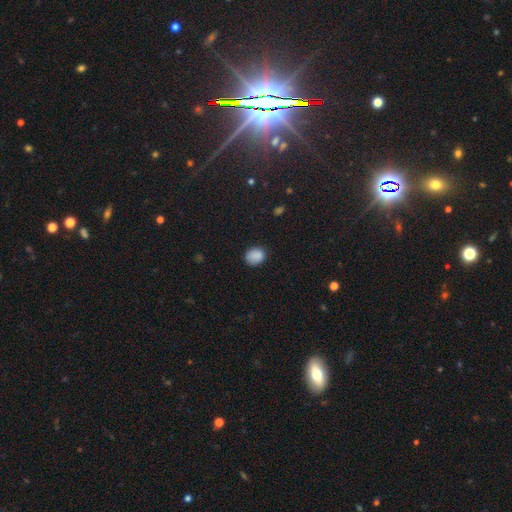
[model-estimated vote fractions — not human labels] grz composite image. It shows a smooth galaxy with no disk features (87%) that is round (60%). Merging: none (80%).